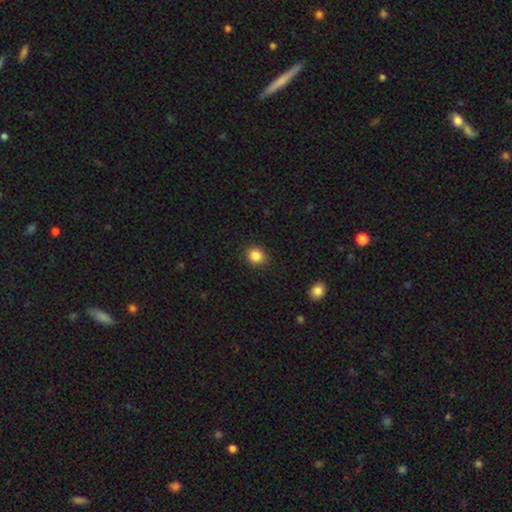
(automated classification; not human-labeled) smooth-or-featured: smooth: 86% | star or artifact: 11% | featured or disk: 4%
  how-rounded: round: 82% | in between: 17% | cigar-shaped: 1%
  merging: none: 90% | minor disturbance: 7% | major disturbance: 2% | merger: 1%